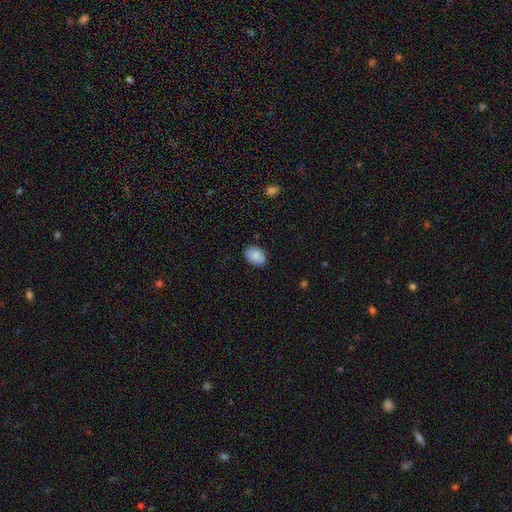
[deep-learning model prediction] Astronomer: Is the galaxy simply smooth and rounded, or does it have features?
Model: smooth — 86%.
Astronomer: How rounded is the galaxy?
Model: in between — 79%.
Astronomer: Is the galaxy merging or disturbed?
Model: none — 86%.